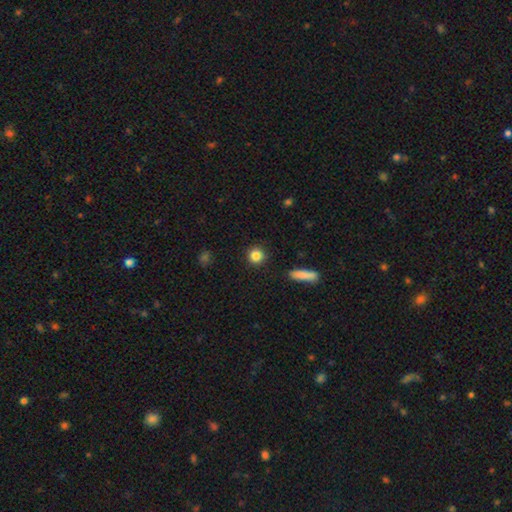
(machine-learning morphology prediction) Smooth or featured? Predicted: smooth (p=0.86). How rounded? Predicted: round (p=0.92). Merging? Predicted: none (p=0.91).